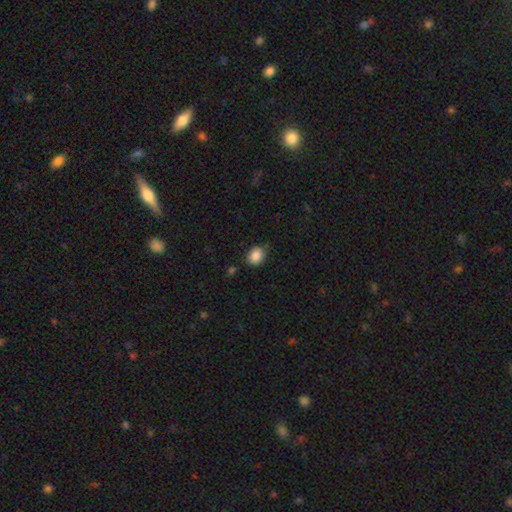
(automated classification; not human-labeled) Smooth or featured?
  - smooth: 87% *
  - star or artifact: 9%
  - featured or disk: 4%
How rounded?
  - in between: 50% *
  - round: 49%
  - cigar-shaped: 1%
Merging?
  - none: 75% *
  - minor disturbance: 19%
  - major disturbance: 3%
  - merger: 3%